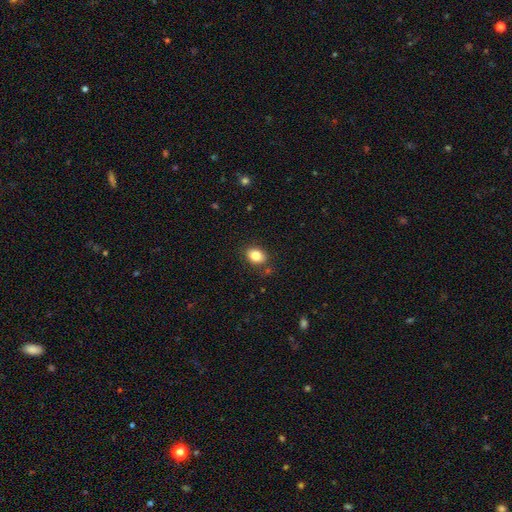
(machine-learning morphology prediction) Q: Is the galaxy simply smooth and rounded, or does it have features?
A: smooth — 83%.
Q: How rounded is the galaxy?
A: in between — 63%.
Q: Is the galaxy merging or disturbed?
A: none — 83%.